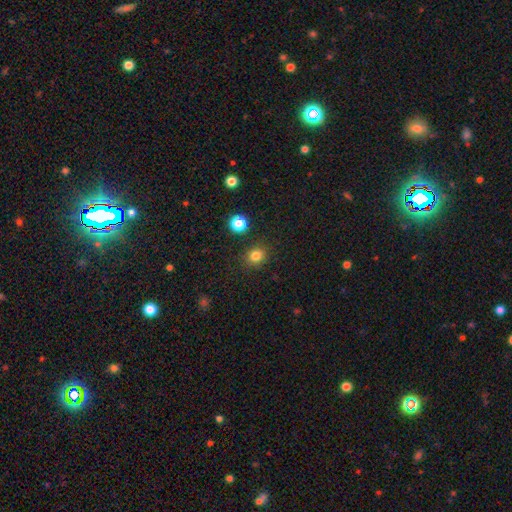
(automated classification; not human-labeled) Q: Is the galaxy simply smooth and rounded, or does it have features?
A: smooth — 81%.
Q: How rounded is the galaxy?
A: round — 79%.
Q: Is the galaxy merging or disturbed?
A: none — 88%.